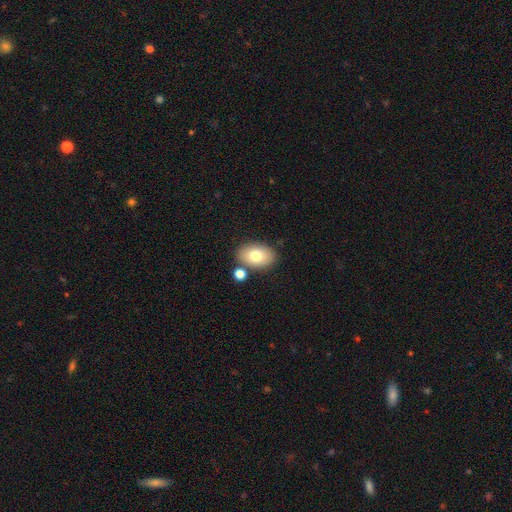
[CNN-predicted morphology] Q: Smooth or featured?
A: smooth (77%); runner-up: featured or disk (15%)
Q: How rounded?
A: in between (85%); runner-up: round (14%)
Q: Merging?
A: none (78%); runner-up: minor disturbance (11%)